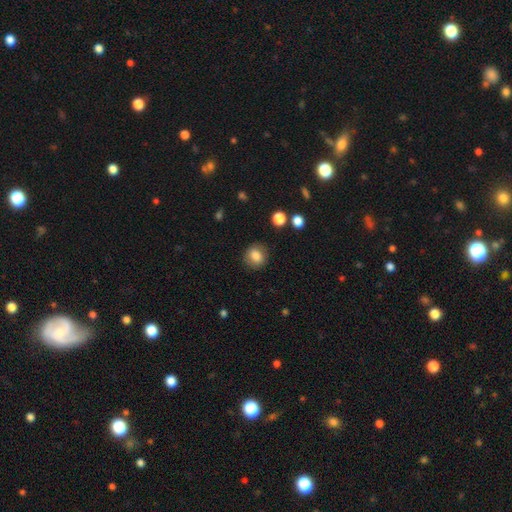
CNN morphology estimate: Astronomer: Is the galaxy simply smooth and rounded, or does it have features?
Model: smooth — 83%.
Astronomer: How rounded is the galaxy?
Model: round — 78%.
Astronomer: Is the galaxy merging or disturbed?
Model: none — 86%.